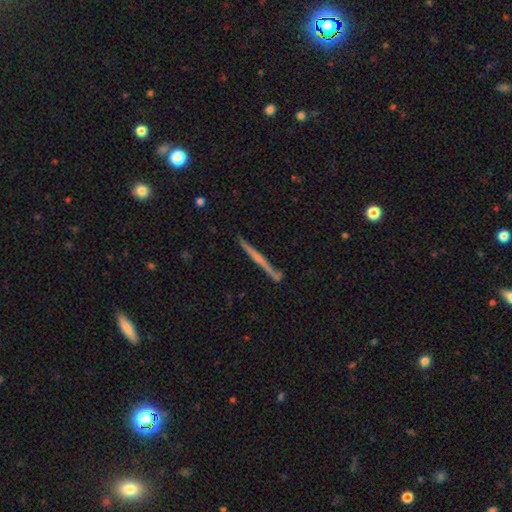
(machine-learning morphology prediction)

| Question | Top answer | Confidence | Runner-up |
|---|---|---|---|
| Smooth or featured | featured or disk | 66% | smooth (27%) |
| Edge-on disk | yes | 98% | no (2%) |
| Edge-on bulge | none | 54% | rounded (37%) |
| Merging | none | 87% | minor disturbance (9%) |